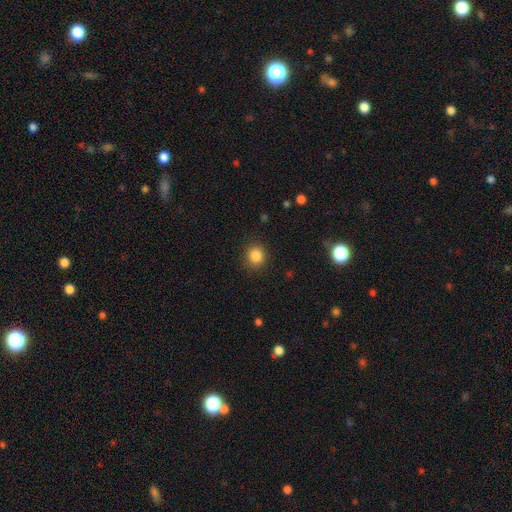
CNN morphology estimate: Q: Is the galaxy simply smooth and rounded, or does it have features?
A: smooth — 86%.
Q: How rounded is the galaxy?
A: round — 82%.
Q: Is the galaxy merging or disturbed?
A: none — 88%.